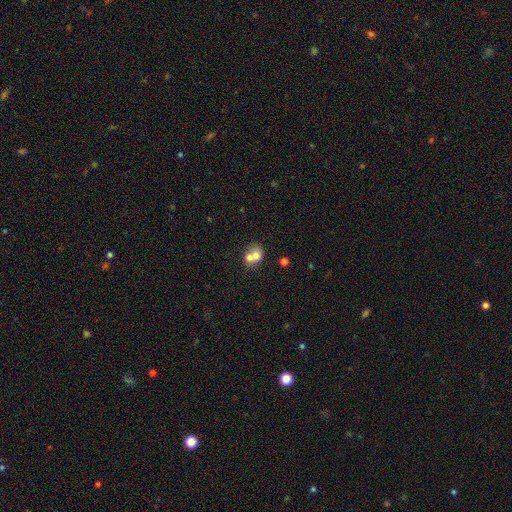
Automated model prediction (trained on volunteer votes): A smooth galaxy with no disk features (65%) that is round (63%). Merging: merger (65%).